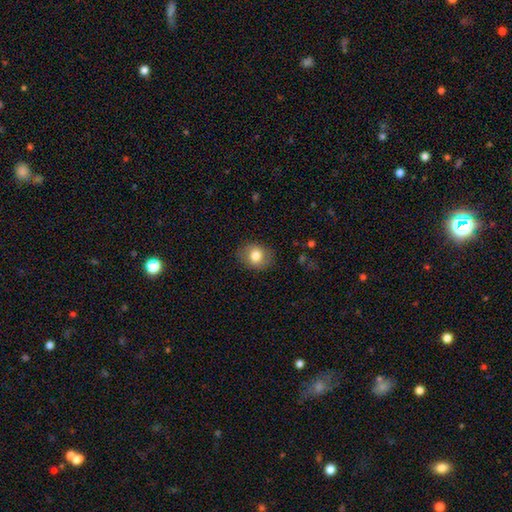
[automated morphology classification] A smooth galaxy with no disk features (80%) that is round (58%).

Vote fractions:
- Smooth or featured? smooth: 80% / featured or disk: 11% / star or artifact: 9%
- How rounded? round: 58% / in between: 41% / cigar-shaped: 1%
- Merging? none: 85% / minor disturbance: 11% / major disturbance: 3% / merger: 1%